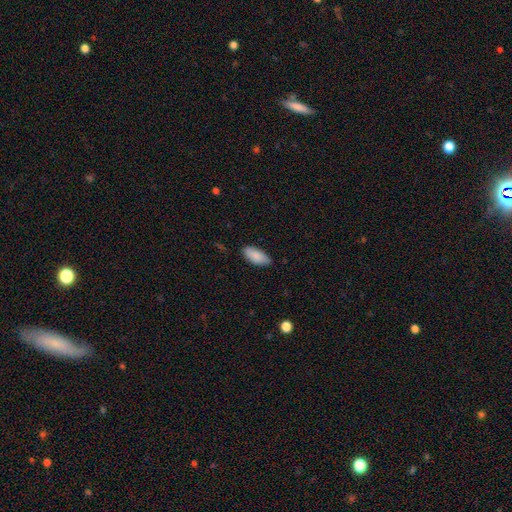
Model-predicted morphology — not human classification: Smooth or featured? smooth (88%)
How rounded? in between (88%)
Merging? none (83%)